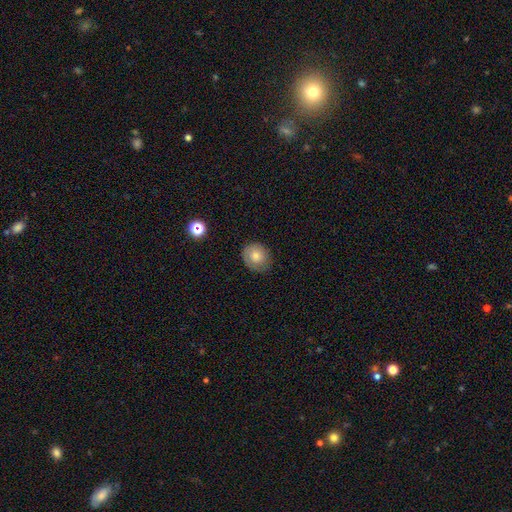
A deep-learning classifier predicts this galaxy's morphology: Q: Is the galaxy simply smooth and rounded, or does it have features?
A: smooth — 71%.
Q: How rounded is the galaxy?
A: round — 73%.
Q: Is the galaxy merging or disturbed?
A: none — 81%.